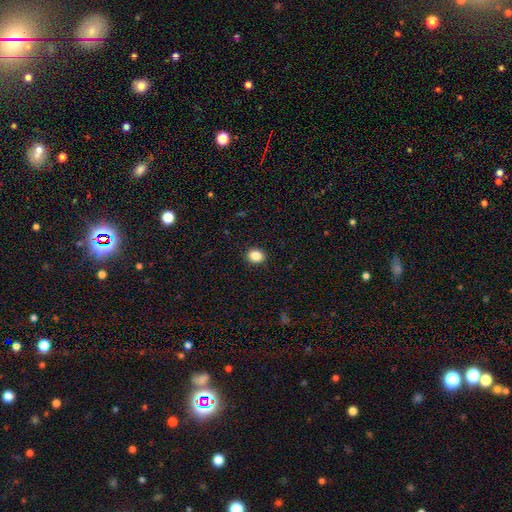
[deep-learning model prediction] smooth_or_featured: smooth (p=0.87) [alt: star or artifact p=0.09]
how_rounded: in between (p=0.53) [alt: round p=0.46]
merging: none (p=0.90) [alt: minor disturbance p=0.07]